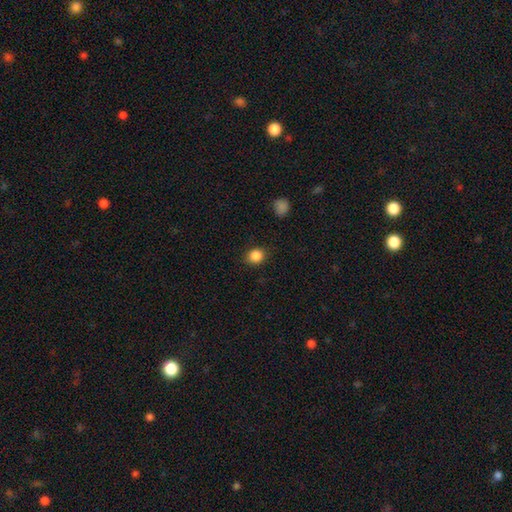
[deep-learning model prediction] Smooth or featured? smooth (86%)
How rounded? round (71%)
Merging? none (88%)